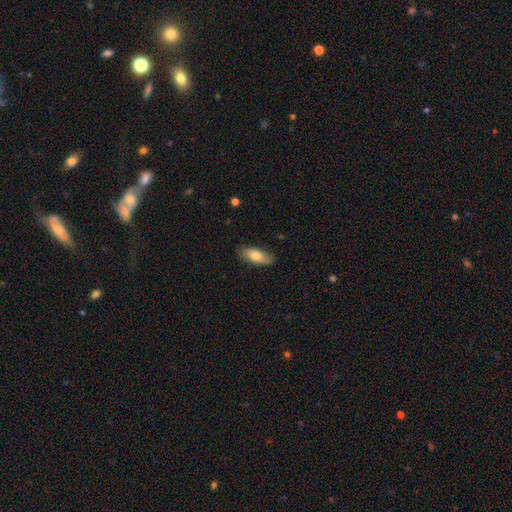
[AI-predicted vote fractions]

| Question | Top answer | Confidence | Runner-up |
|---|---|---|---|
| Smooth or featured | smooth | 74% | featured or disk (20%) |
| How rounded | in between | 80% | cigar-shaped (18%) |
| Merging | none | 82% | minor disturbance (14%) |